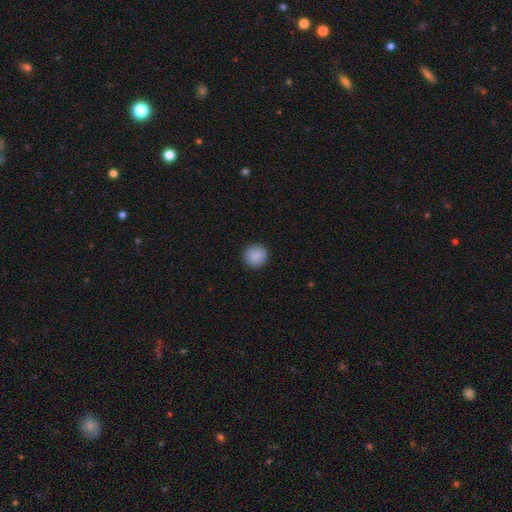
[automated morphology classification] Smooth or featured?
  - smooth: 89% *
  - star or artifact: 8%
  - featured or disk: 4%
How rounded?
  - round: 93% *
  - in between: 6%
  - cigar-shaped: 1%
Merging?
  - none: 92% *
  - minor disturbance: 6%
  - major disturbance: 2%
  - merger: 1%